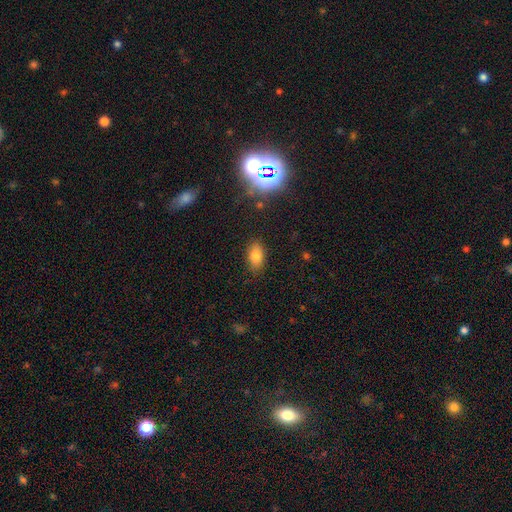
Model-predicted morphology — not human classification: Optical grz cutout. It shows a smooth galaxy with no disk features (79%) that is in between round and cigar-shaped (88%). Merging: none (85%).